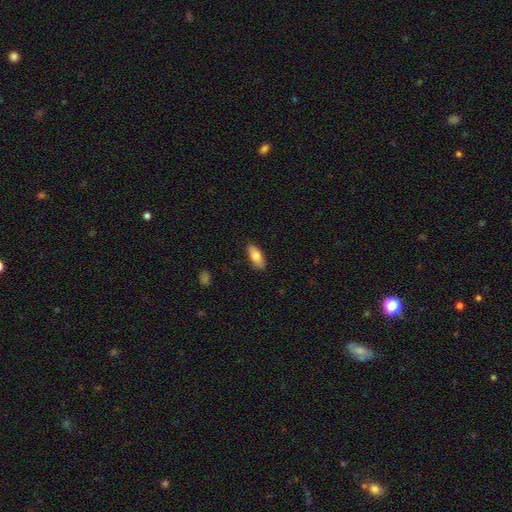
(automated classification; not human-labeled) A smooth galaxy with no disk features (79%) that is in between round and cigar-shaped (81%).

Vote fractions:
- Smooth or featured? smooth: 79% / featured or disk: 15% / star or artifact: 6%
- How rounded? in between: 81% / cigar-shaped: 17% / round: 2%
- Merging? none: 86% / minor disturbance: 11% / major disturbance: 2% / merger: 1%